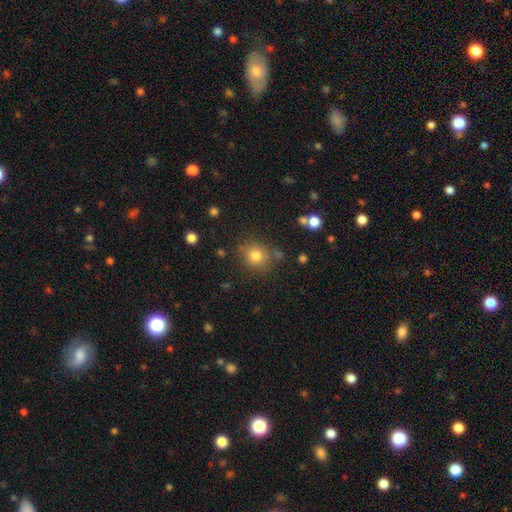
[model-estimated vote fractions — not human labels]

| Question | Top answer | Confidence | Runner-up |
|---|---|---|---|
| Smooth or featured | smooth | 79% | star or artifact (13%) |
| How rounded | round | 86% | in between (13%) |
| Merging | none | 80% | minor disturbance (11%) |